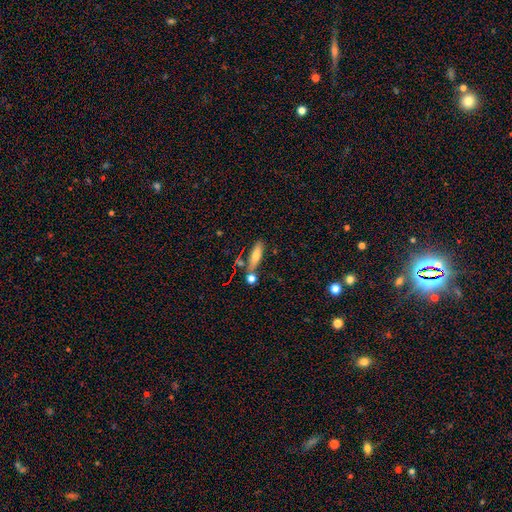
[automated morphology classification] type=smooth (70%); roundness=cigar-shaped (57%); merging=none (59%).